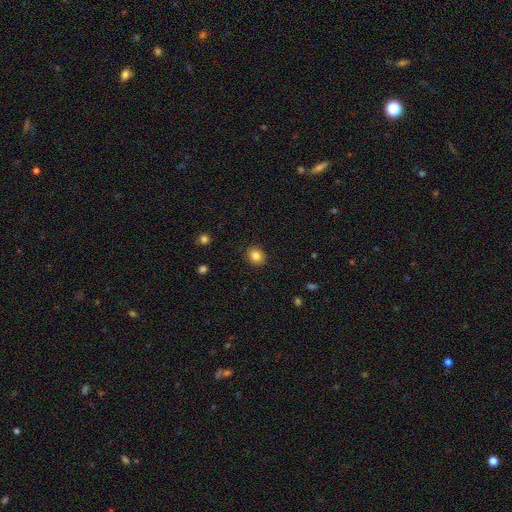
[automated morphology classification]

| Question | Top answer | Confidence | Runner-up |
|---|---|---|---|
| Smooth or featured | smooth | 85% | star or artifact (10%) |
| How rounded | round | 75% | in between (24%) |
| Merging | none | 89% | minor disturbance (7%) |